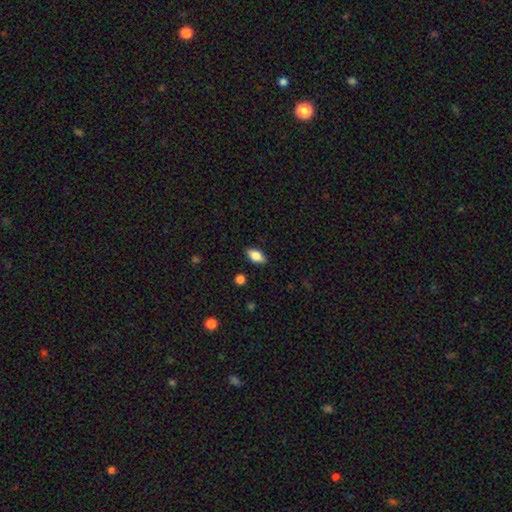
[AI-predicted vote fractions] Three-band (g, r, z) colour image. It shows a smooth galaxy with no disk features (75%) that is in between round and cigar-shaped (87%). Merging: none (85%).